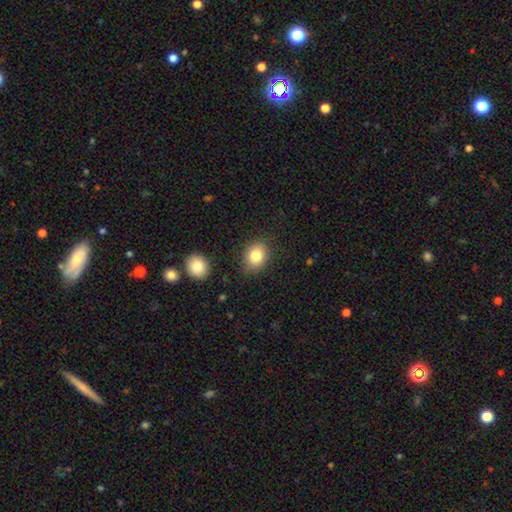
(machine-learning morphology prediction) Q: Smooth or featured?
A: smooth (82%); runner-up: star or artifact (10%)
Q: How rounded?
A: round (54%); runner-up: in between (45%)
Q: Merging?
A: none (82%); runner-up: minor disturbance (13%)